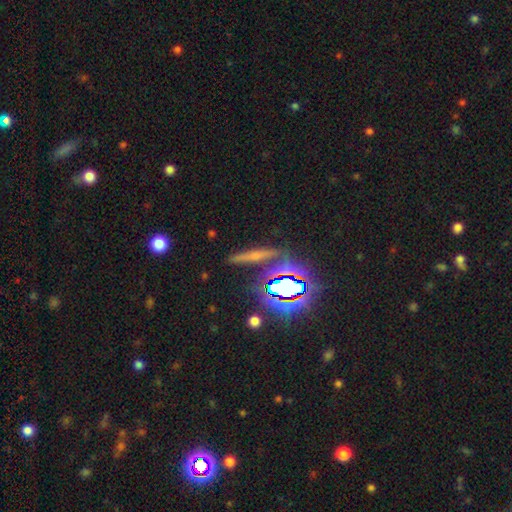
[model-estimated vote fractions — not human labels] A smooth galaxy with no disk features (37%). Merging: none (79%).